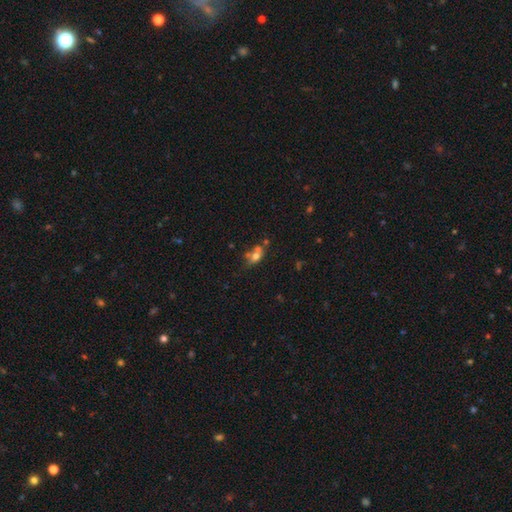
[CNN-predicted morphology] smooth_or_featured: smooth (p=0.59) [alt: featured or disk p=0.26]
how_rounded: in between (p=0.60) [alt: round p=0.34]
merging: merger (p=0.40) [alt: none p=0.36]